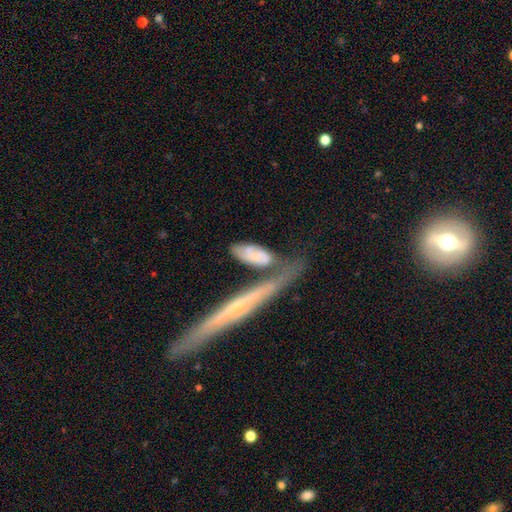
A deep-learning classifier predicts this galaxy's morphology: Smooth or featured?
  - smooth: 48% *
  - featured or disk: 46%
  - star or artifact: 6%
Merging?
  - none: 36% *
  - merger: 31%
  - minor disturbance: 21%
  - major disturbance: 12%